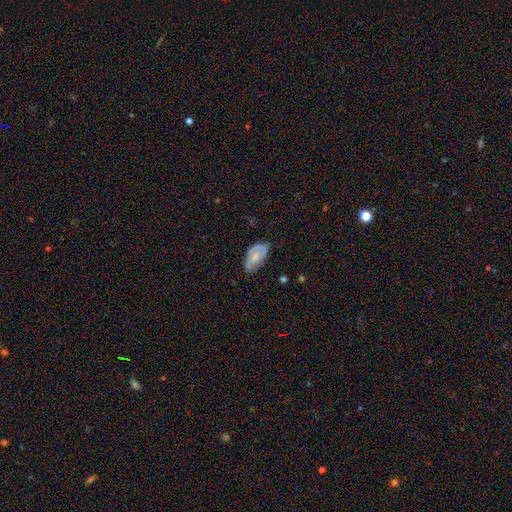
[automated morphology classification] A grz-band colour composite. It shows a featured or disk galaxy (49%). Merging: none (59%).